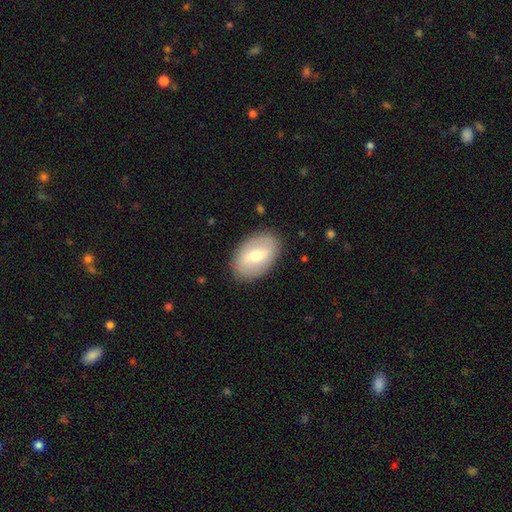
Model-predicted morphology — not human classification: Smooth or featured? Predicted: smooth (p=0.53). How rounded? Predicted: in between (p=0.87). Merging? Predicted: none (p=0.86).